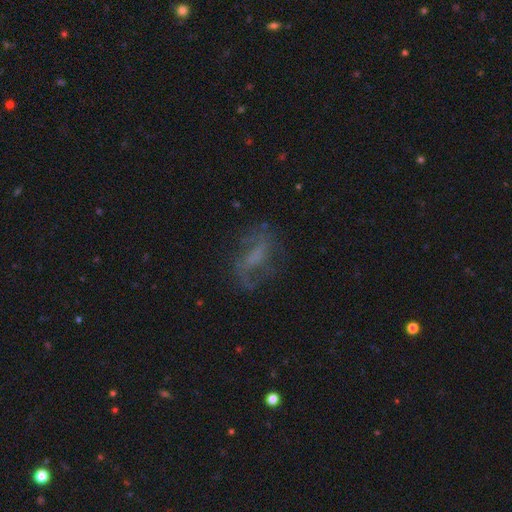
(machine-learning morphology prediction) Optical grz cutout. It shows a featured or disk galaxy (63%) with a weak bar (42%), spiral arms (77%) and no central bulge (52%). Merging: none (62%).